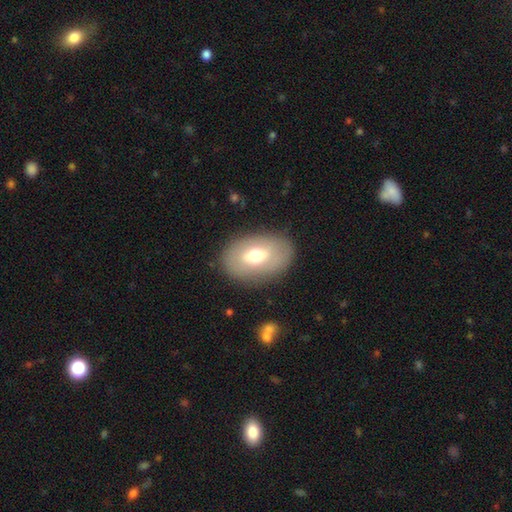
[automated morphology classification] Smooth or featured? Predicted: smooth (p=0.58). How rounded? Predicted: in between (p=0.85). Merging? Predicted: none (p=0.84).